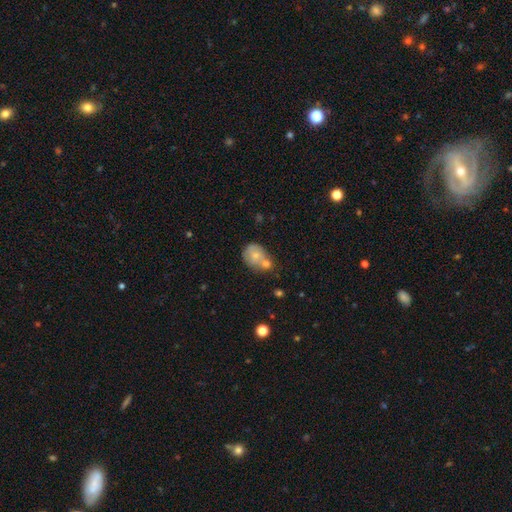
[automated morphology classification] A smooth galaxy with no disk features (67%) that is round (67%).

Vote fractions:
- Smooth or featured? smooth: 67% / featured or disk: 25% / star or artifact: 8%
- How rounded? round: 67% / in between: 32% / cigar-shaped: 1%
- Merging? merger: 52% / none: 29% / minor disturbance: 14% / major disturbance: 5%